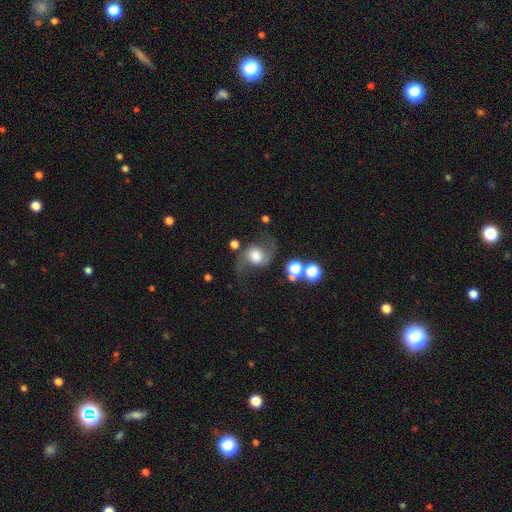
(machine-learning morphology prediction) This appears to be a featured or disk galaxy (67%) with no bar (63%), 2 (92%) loose (74%) spiral arms (92%) and a large central bulge (41%). Merging: none (61%).